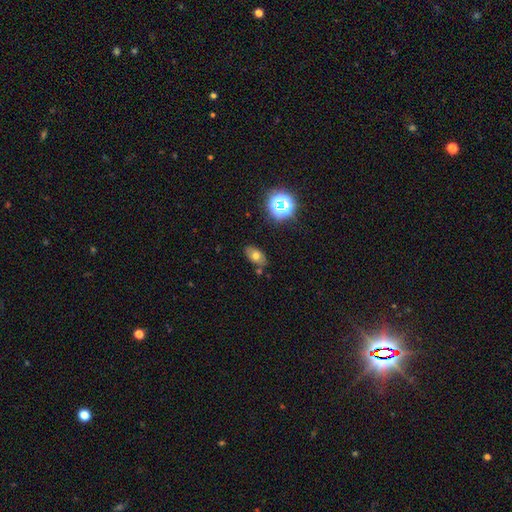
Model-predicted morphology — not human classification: smooth-or-featured: smooth: 66% | featured or disk: 19% | star or artifact: 15%
  how-rounded: in between: 85% | round: 13% | cigar-shaped: 2%
  merging: none: 74% | minor disturbance: 16% | merger: 6% | major disturbance: 4%